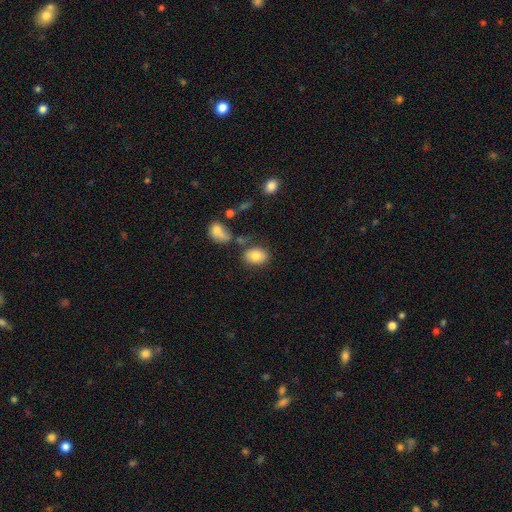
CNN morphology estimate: Smooth or featured? smooth (81%)
How rounded? in between (75%)
Merging? none (71%)